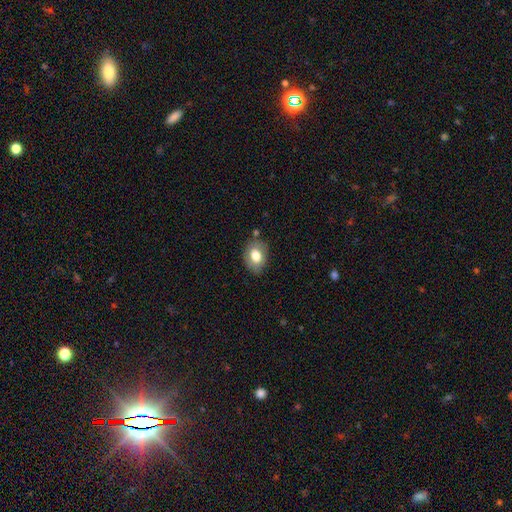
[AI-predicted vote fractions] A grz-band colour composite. It shows a smooth galaxy with no disk features (74%) that is in between round and cigar-shaped (71%). Merging: none (75%).